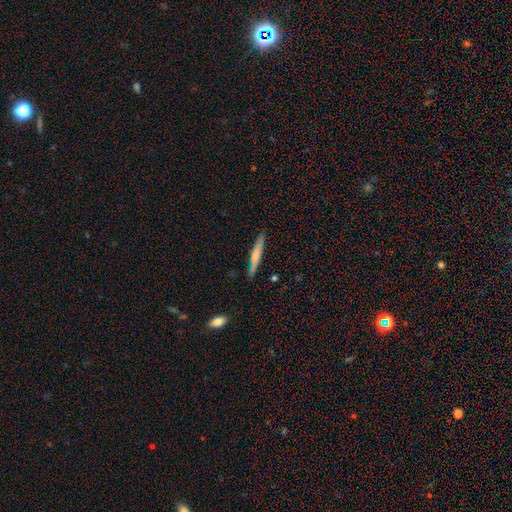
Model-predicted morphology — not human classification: smooth_or_featured: smooth (p=0.54) [alt: featured or disk p=0.40]
how_rounded: cigar-shaped (p=0.94) [alt: in between p=0.04]
merging: none (p=0.84) [alt: minor disturbance p=0.12]